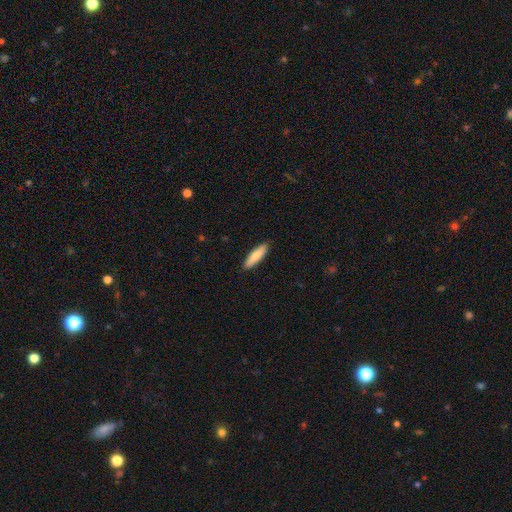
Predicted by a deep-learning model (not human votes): Smooth or featured?
  - smooth: 81% *
  - featured or disk: 14%
  - star or artifact: 5%
How rounded?
  - cigar-shaped: 69% *
  - in between: 29%
  - round: 2%
Merging?
  - none: 90% *
  - minor disturbance: 7%
  - major disturbance: 1%
  - merger: 1%